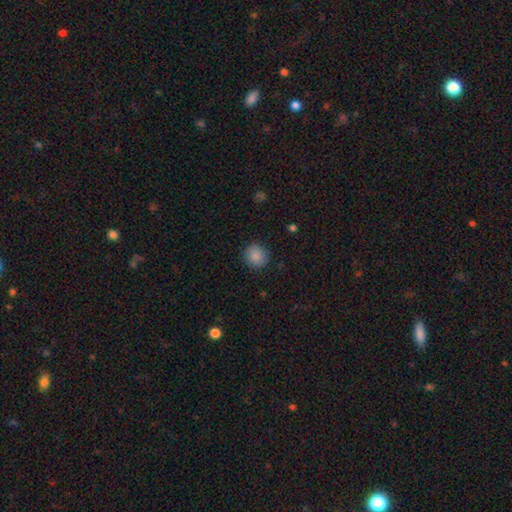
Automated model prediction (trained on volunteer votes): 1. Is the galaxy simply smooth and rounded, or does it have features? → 87% smooth, 9% star or artifact, 4% featured or disk.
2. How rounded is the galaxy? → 90% round, 9% in between, 1% cigar-shaped.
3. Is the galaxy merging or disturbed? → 88% none, 9% minor disturbance, 3% major disturbance, 1% merger.